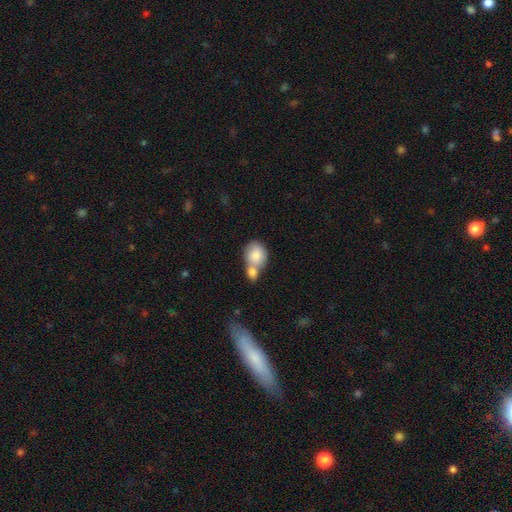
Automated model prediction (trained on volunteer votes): This is clearly a smooth galaxy (82%). How rounded: possibly round (53%). Merging: likely merger (62%).